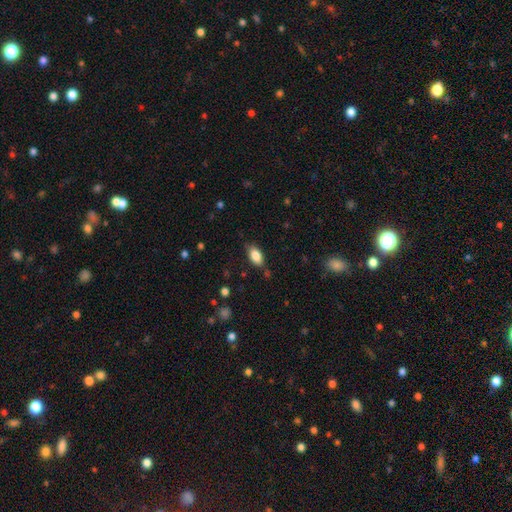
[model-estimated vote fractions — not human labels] smooth 84%, featured or disk 8%, star or artifact 8%. Down the decision tree: how rounded — in between (91%); merging — none (79%).